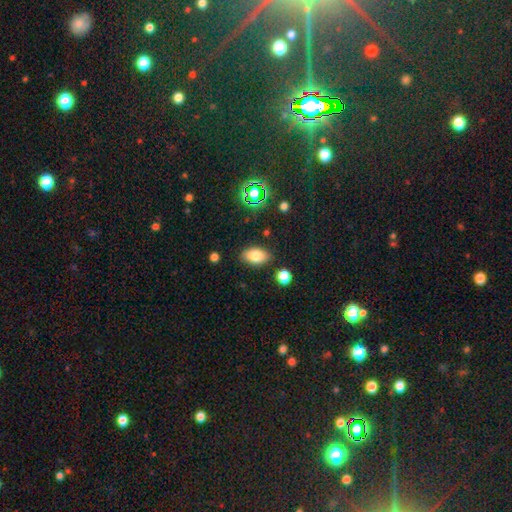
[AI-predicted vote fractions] A smooth galaxy with no disk features (79%) that is in between round and cigar-shaped (90%). Merging: none (84%).